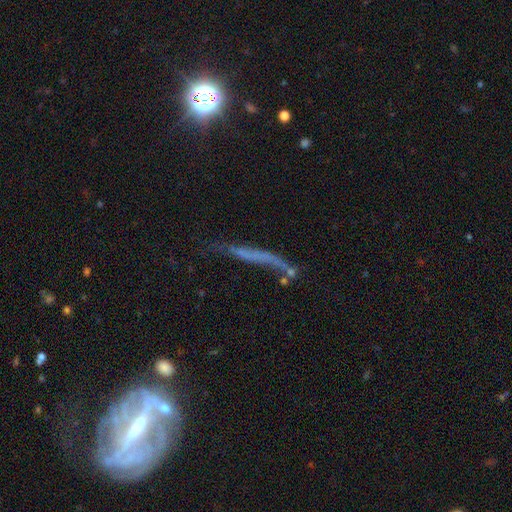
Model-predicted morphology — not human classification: Overall: featured or disk (48%; smooth 30%). Merging: none (48%; major disturbance 21%).